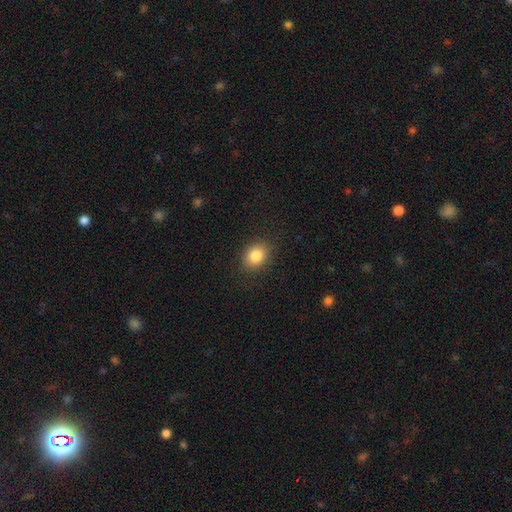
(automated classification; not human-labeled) Overall: smooth (84%). How rounded: in between (53%; round 46%). Merging: none (87%).